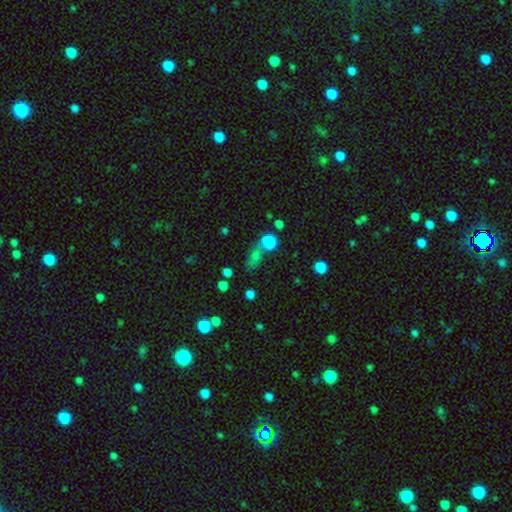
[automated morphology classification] Smooth or featured? Predicted: smooth (p=0.69). How rounded? Predicted: in between (p=0.53). Merging? Predicted: none (p=0.50).